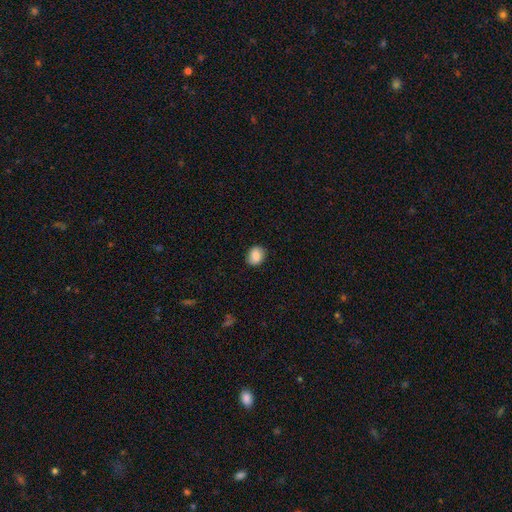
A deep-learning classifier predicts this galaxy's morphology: smooth 85%, star or artifact 8%, featured or disk 7%. Down the decision tree: how rounded — round (50%); merging — none (83%).